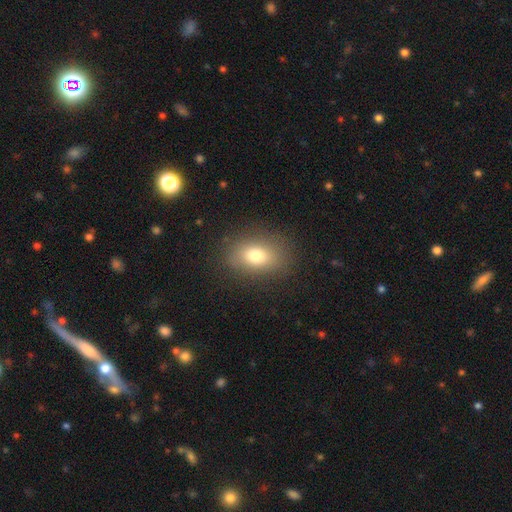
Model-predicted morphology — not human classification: smooth 77%, featured or disk 12%, star or artifact 11%. Down the decision tree: how rounded — in between (76%); merging — none (84%).